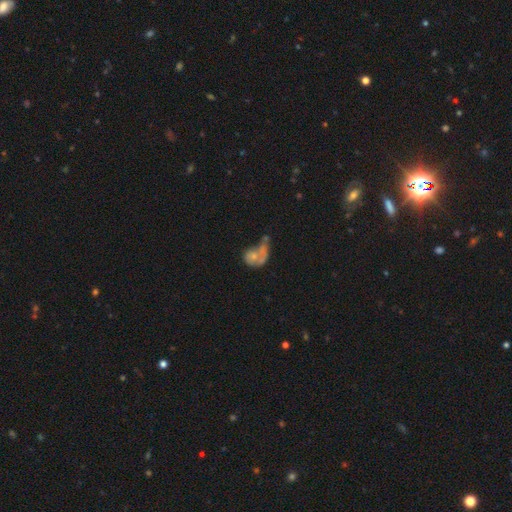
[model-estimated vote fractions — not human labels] This is possibly a smooth galaxy (49%). Merging: marginally merger (33%).